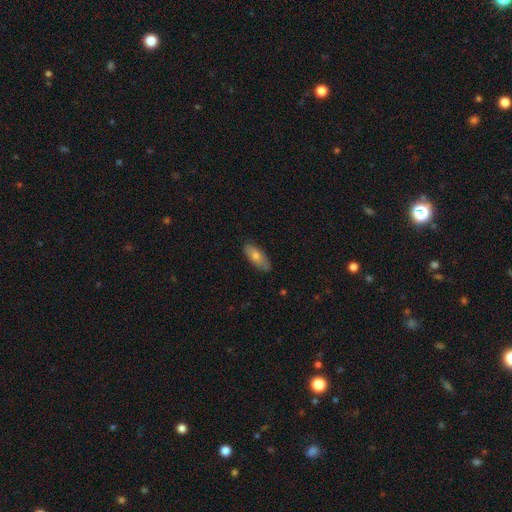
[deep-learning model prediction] Morphology: type=smooth (69%); roundness=in between (74%); merging=none (85%).